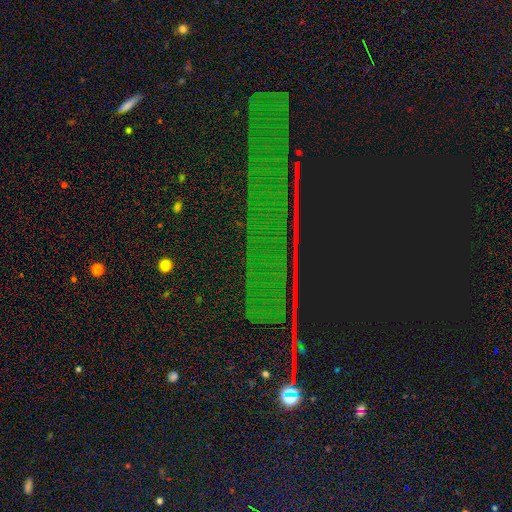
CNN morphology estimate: type=star or artifact (86%).